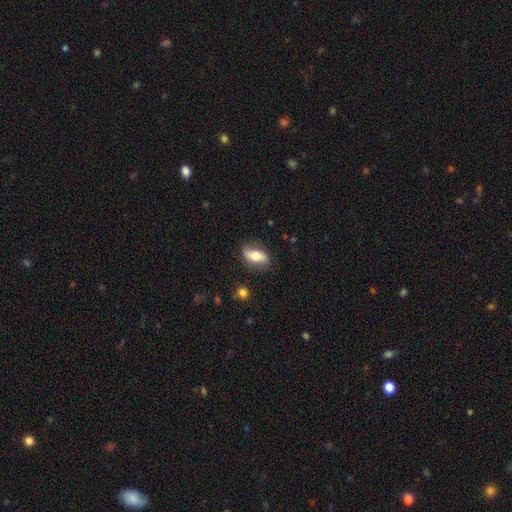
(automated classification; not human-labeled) smooth_or_featured: smooth (p=0.56) [alt: featured or disk p=0.37]
how_rounded: in between (p=0.83) [alt: cigar-shaped p=0.10]
merging: none (p=0.73) [alt: minor disturbance p=0.19]